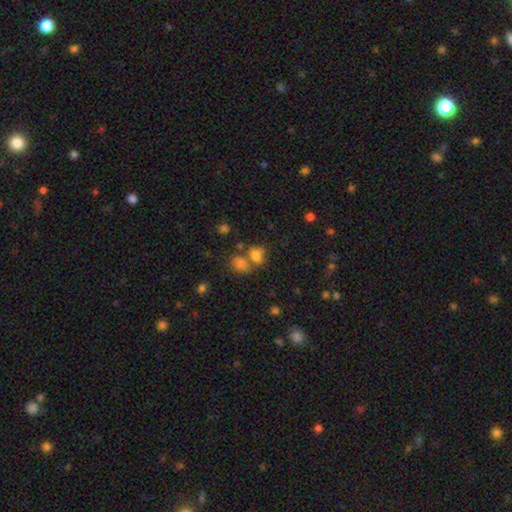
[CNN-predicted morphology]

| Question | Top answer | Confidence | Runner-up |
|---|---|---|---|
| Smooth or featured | smooth | 73% | star or artifact (17%) |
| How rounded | in between | 60% | round (38%) |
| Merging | merger | 40% | none (38%) |